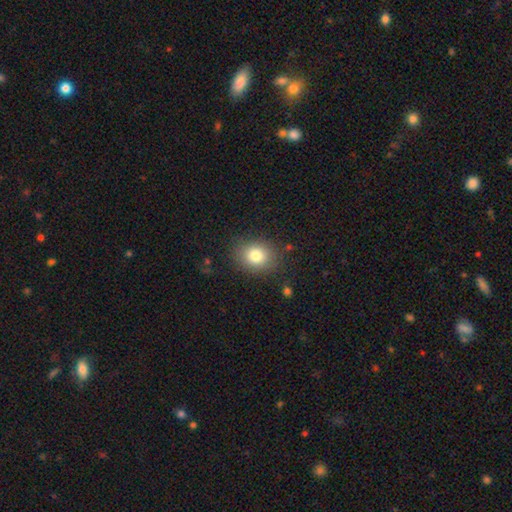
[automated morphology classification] Smooth or featured? smooth (79%)
How rounded? round (63%)
Merging? none (85%)